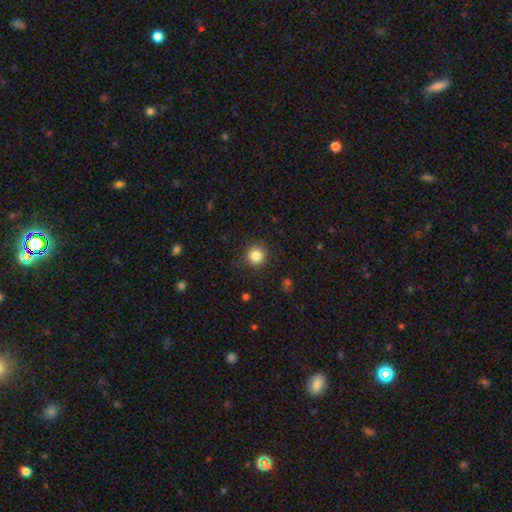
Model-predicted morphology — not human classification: smooth_or_featured: smooth (p=0.84) [alt: star or artifact p=0.11]
how_rounded: round (p=0.93) [alt: in between p=0.06]
merging: none (p=0.88) [alt: minor disturbance p=0.08]